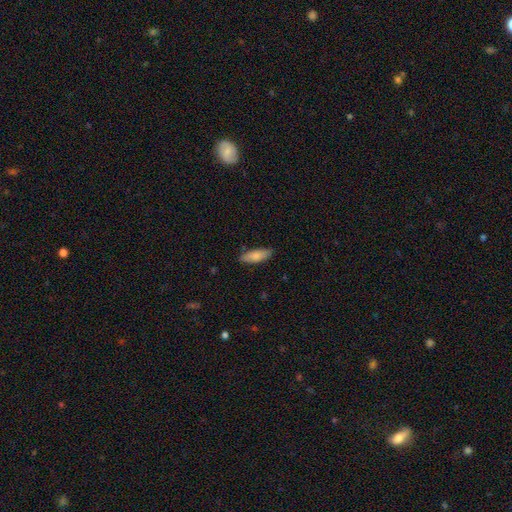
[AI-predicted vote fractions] A smooth galaxy with no disk features (81%) that is in between round and cigar-shaped (60%).

Vote fractions:
- Smooth or featured? smooth: 81% / featured or disk: 13% / star or artifact: 6%
- How rounded? in between: 60% / cigar-shaped: 39% / round: 2%
- Merging? none: 84% / minor disturbance: 13% / major disturbance: 2% / merger: 1%